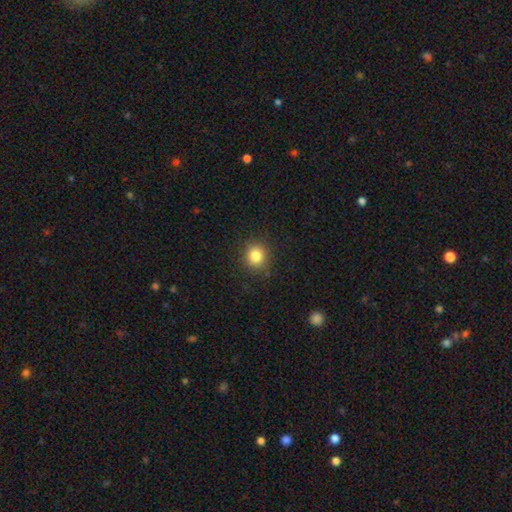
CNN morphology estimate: Smooth or featured? Predicted: smooth (p=0.83). How rounded? Predicted: round (p=0.87). Merging? Predicted: none (p=0.89).